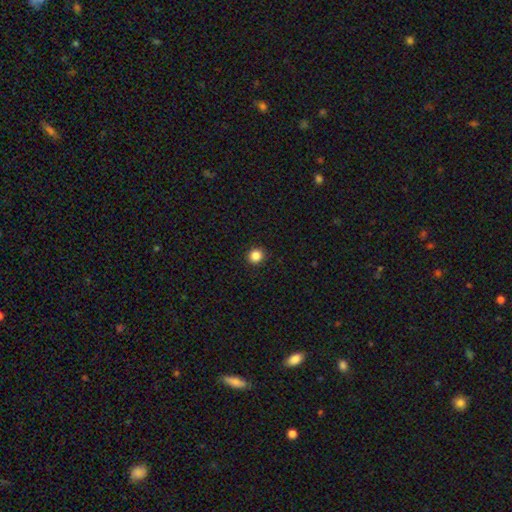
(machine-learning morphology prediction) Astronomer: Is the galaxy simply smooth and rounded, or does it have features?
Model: smooth — 86%.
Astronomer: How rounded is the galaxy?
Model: round — 93%.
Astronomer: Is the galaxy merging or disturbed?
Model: none — 93%.